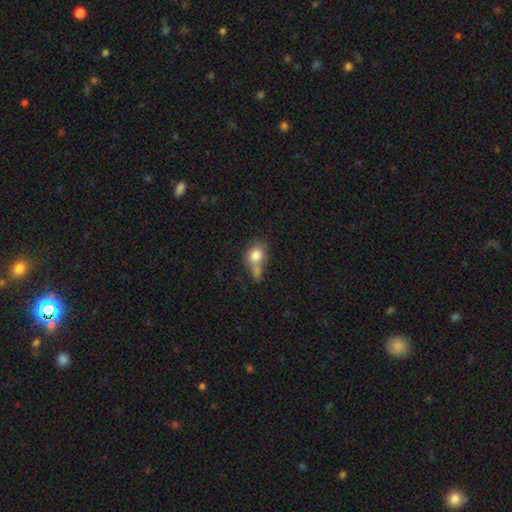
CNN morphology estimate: This appears to be a smooth galaxy with no disk features (79%) that is round (56%). Merging: merger (42%).